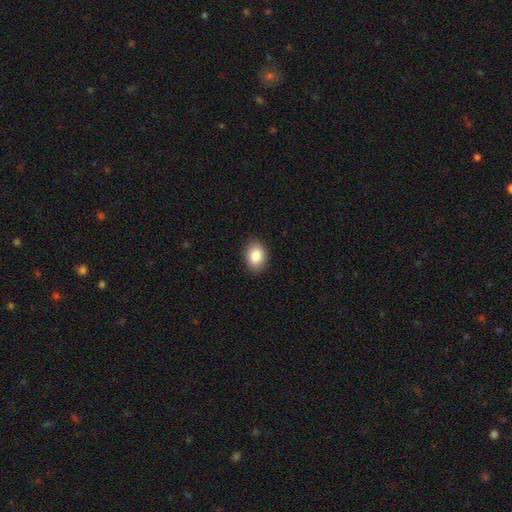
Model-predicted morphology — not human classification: type=smooth (85%); roundness=in between (72%); merging=none (89%).